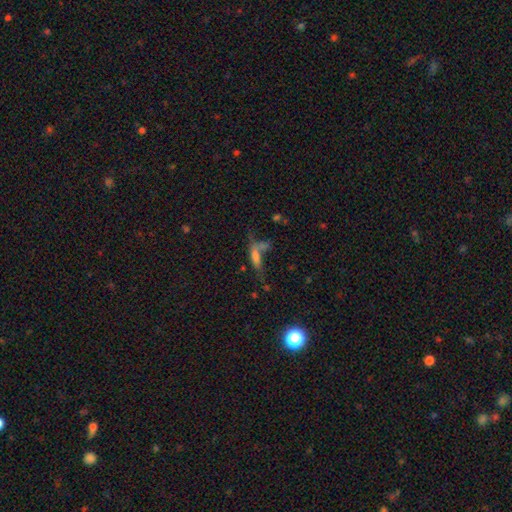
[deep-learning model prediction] This is likely a smooth galaxy (63%). How rounded: possibly cigar-shaped (53%). Merging: marginally merger (35%).